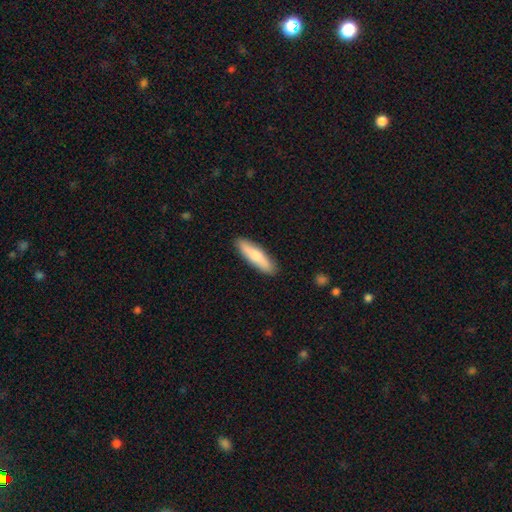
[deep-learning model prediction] smooth-or-featured: smooth: 74% | featured or disk: 21% | star or artifact: 5%
  how-rounded: cigar-shaped: 72% | in between: 26% | round: 2%
  merging: none: 89% | minor disturbance: 8% | major disturbance: 2% | merger: 1%